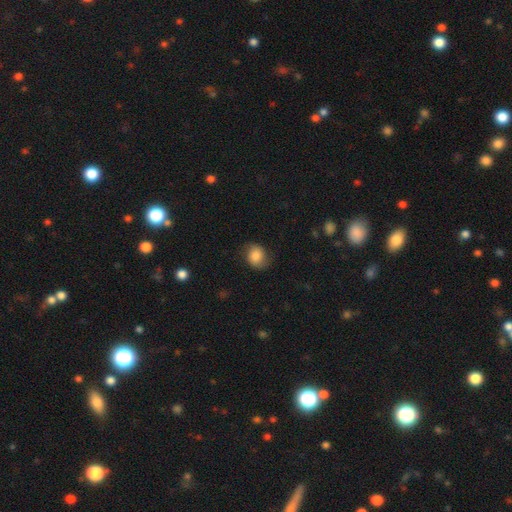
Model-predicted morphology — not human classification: A smooth galaxy with no disk features (74%) that is round (61%). Merging: none (72%).